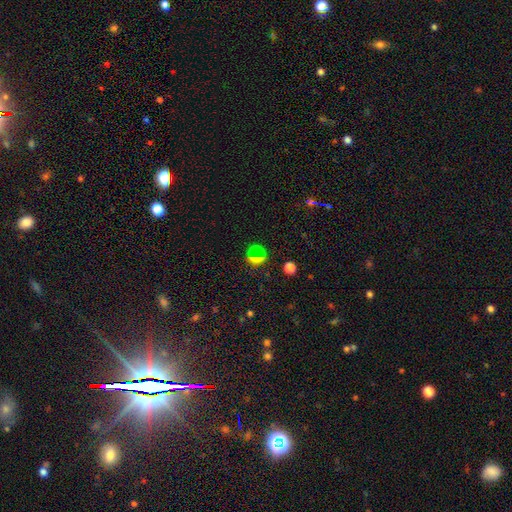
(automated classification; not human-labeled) A smooth galaxy with no disk features (52%) that is round (82%). Merging: none (73%).